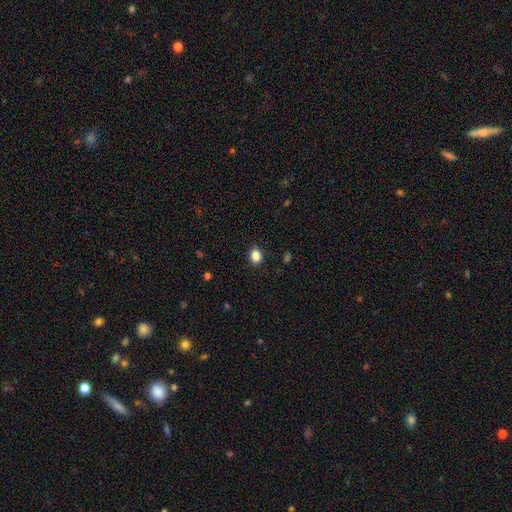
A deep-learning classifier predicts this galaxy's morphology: smooth 86%, star or artifact 10%, featured or disk 4%. Down the decision tree: how rounded — in between (65%); merging — none (88%).